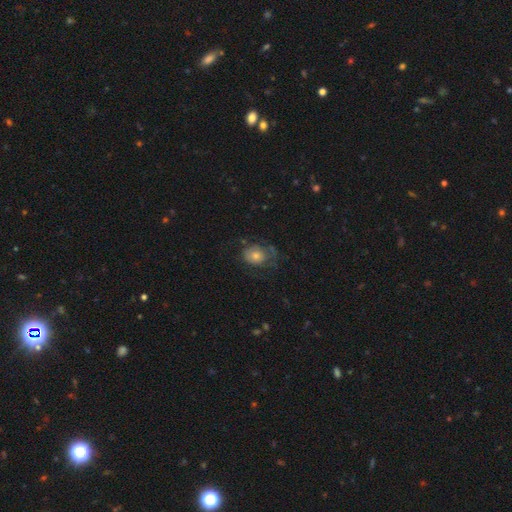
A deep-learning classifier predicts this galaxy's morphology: smooth-or-featured: smooth: 53% | featured or disk: 34% | star or artifact: 12%
  how-rounded: in between: 50% | round: 49% | cigar-shaped: 1%
  merging: none: 53% | minor disturbance: 25% | major disturbance: 21% | merger: 2%